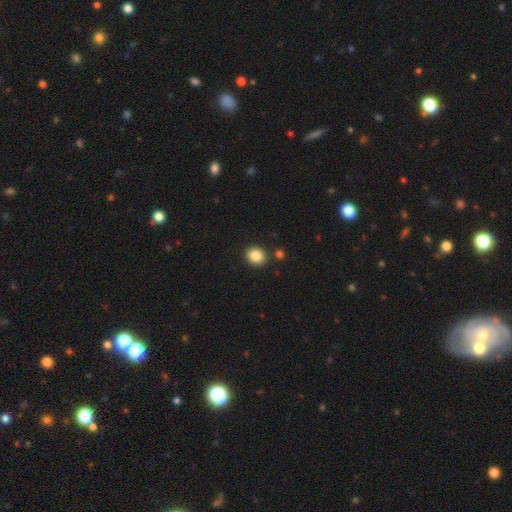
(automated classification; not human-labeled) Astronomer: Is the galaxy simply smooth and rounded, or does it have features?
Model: smooth — 86%.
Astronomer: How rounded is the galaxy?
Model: round — 72%.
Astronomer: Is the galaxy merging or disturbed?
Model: none — 87%.